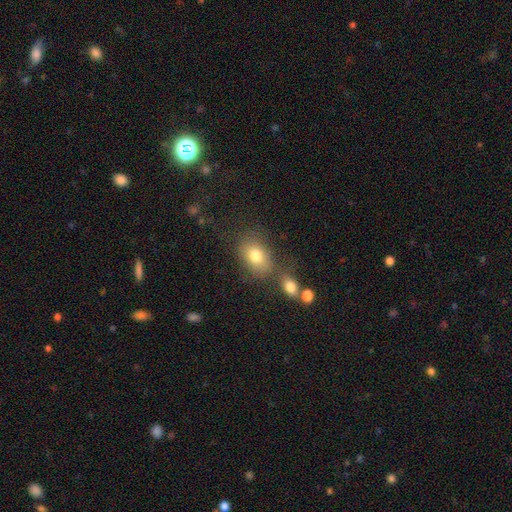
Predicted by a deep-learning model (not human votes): This appears to be a smooth galaxy with no disk features (78%) that is in between round and cigar-shaped (74%). Merging: none (63%).